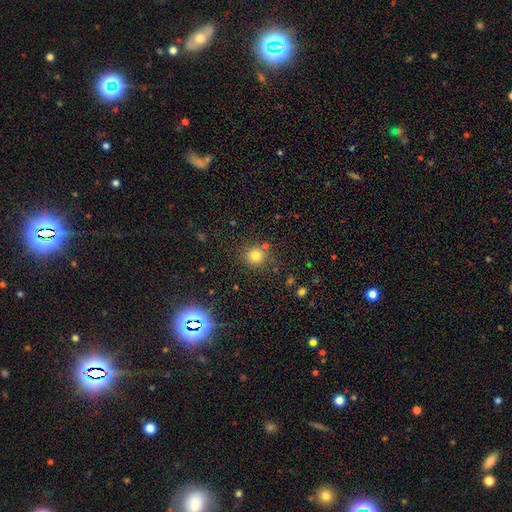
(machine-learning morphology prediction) smooth_or_featured: smooth (p=0.79) [alt: star or artifact p=0.15]
how_rounded: round (p=0.92) [alt: in between p=0.07]
merging: none (p=0.81) [alt: minor disturbance p=0.09]